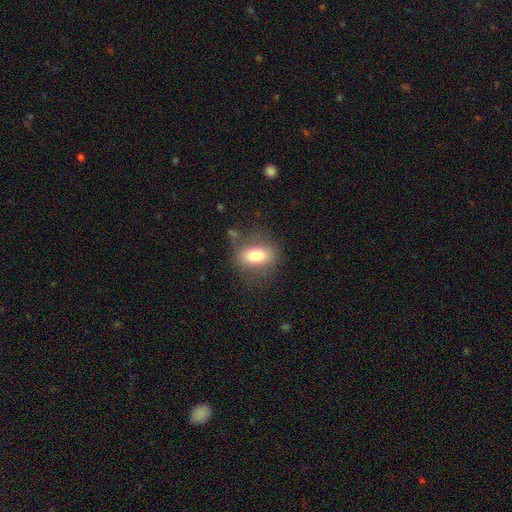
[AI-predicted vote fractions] smooth_or_featured: smooth (p=0.76) [alt: featured or disk p=0.15]
how_rounded: in between (p=0.79) [alt: round p=0.16]
merging: none (p=0.73) [alt: minor disturbance p=0.16]